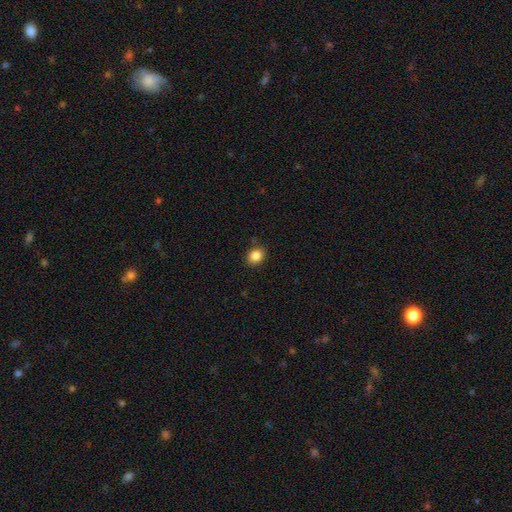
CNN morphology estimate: Overall: smooth (86%). How rounded: round (59%; in between 40%). Merging: none (86%).